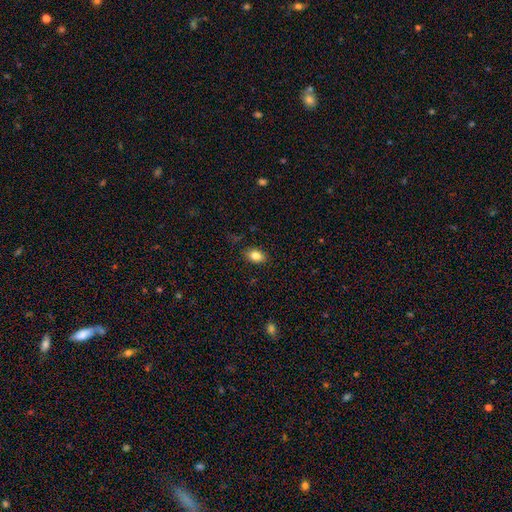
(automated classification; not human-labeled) Q: Smooth or featured?
A: smooth (83%); runner-up: star or artifact (9%)
Q: How rounded?
A: in between (83%); runner-up: round (15%)
Q: Merging?
A: none (86%); runner-up: minor disturbance (11%)